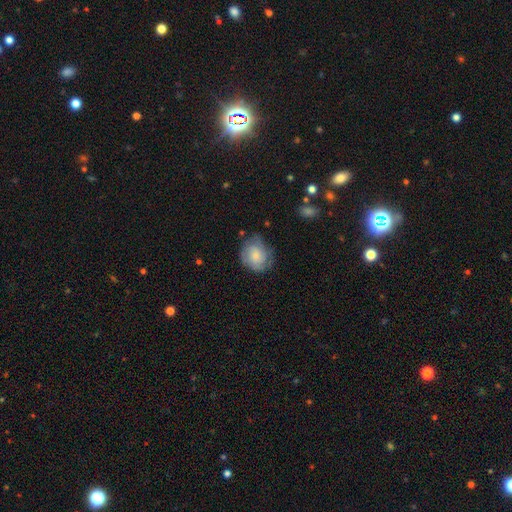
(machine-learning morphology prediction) Smooth or featured? Predicted: smooth (p=0.47). Merging? Predicted: none (p=0.62).